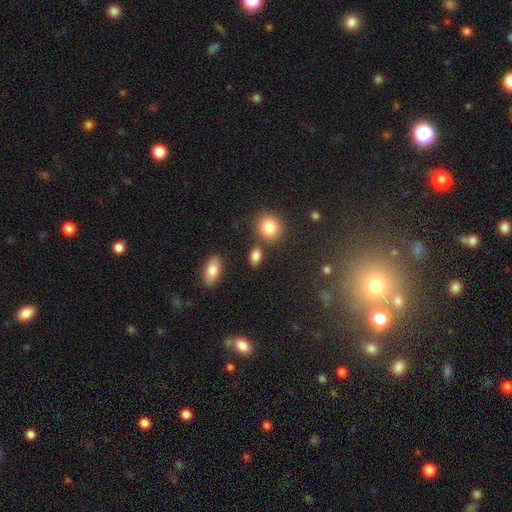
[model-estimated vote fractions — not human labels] smooth-or-featured: smooth: 84% | star or artifact: 10% | featured or disk: 6%
  how-rounded: in between: 71% | round: 26% | cigar-shaped: 3%
  merging: none: 75% | minor disturbance: 11% | merger: 11% | major disturbance: 3%